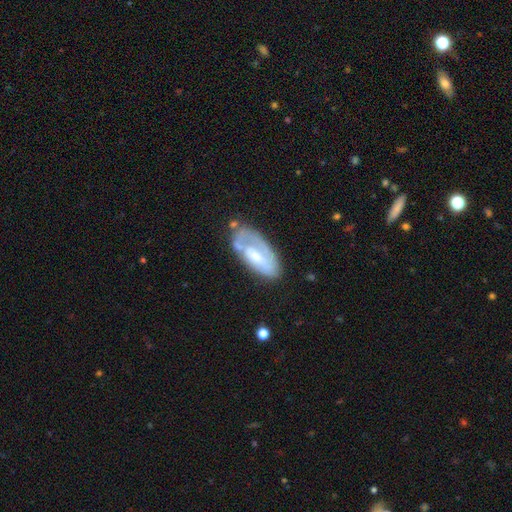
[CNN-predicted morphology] A featured or disk galaxy (59%) with no bar (57%), spiral arms (57%) and a moderate central bulge (45%).

Vote fractions:
- Smooth or featured? featured or disk: 59% / smooth: 35% / star or artifact: 6%
- Edge-on disk? no: 90% / yes: 10%
- Bar? no: 57% / weak: 31% / strong: 12%
- Spiral arms? yes: 57% / no: 43%
- Bulge size? moderate: 45% / small: 30% / large: 12% / none: 11% / dominant: 2%
- Merging? none: 56% / minor disturbance: 25% / major disturbance: 14% / merger: 5%